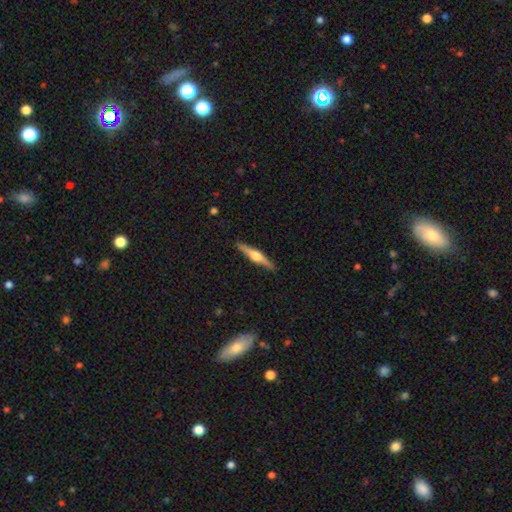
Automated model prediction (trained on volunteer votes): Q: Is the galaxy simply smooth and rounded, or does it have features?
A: featured or disk — 68%.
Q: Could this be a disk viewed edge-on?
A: yes — 97%.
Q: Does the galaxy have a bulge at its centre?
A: rounded — 93%.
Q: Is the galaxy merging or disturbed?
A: none — 91%.